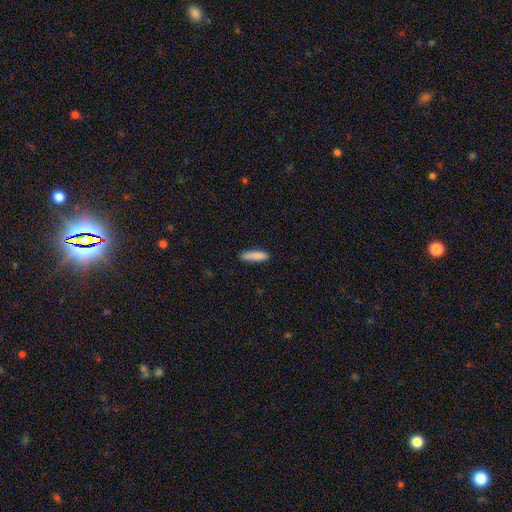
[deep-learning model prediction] Overall: smooth (88%). How rounded: cigar-shaped (78%). Merging: none (88%).